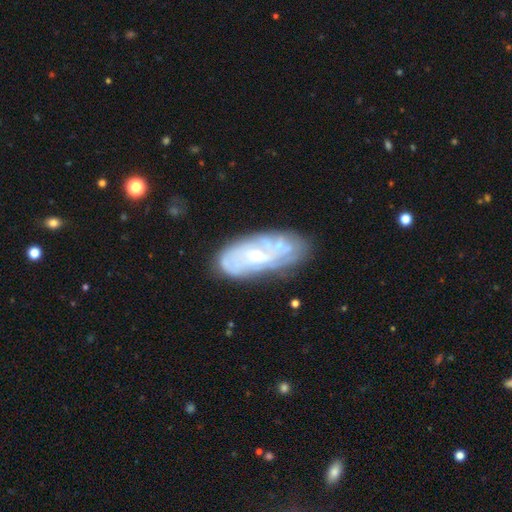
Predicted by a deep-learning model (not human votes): A featured or disk galaxy (70%) with no bar (71%), spiral arms (72%) and a small central bulge (56%). Merging: none (63%).